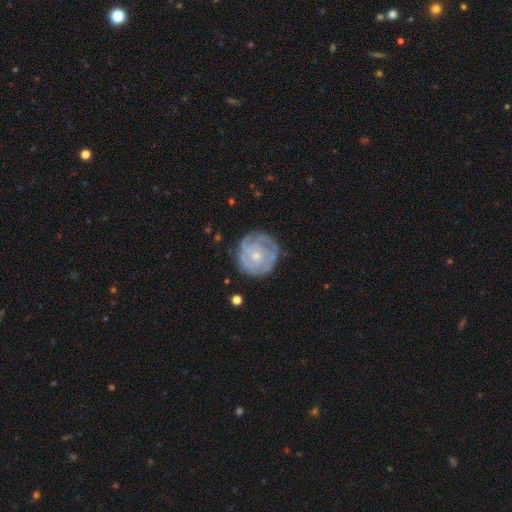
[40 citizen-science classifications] Smooth or featured: featured or disk — 75% (smooth — 15%)
Edge-on disk: no — 100%
Bar: no — 83% (weak — 17%)
Spiral arms: yes — 87% (no — 13%)
Spiral winding: tight — 65% (medium — 23%)
Spiral arm count: 4 — 42% (can't tell — 35%)
Bulge size: small — 67% (moderate — 33%)
Merging: none — 72% (minor disturbance — 17%)